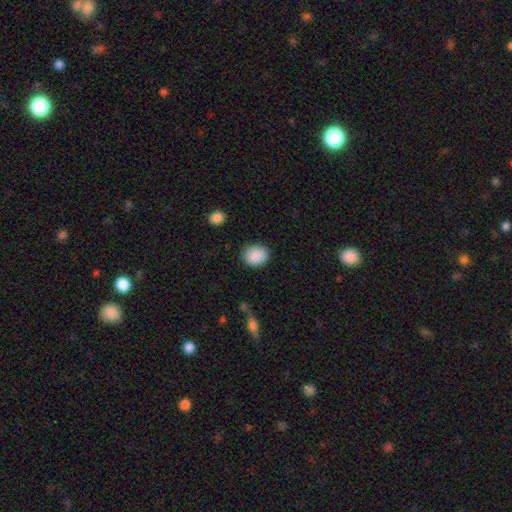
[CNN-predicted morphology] Smooth or featured?
  - smooth: 90% *
  - star or artifact: 7%
  - featured or disk: 3%
How rounded?
  - round: 58% *
  - in between: 41%
  - cigar-shaped: 1%
Merging?
  - none: 84% *
  - minor disturbance: 11%
  - major disturbance: 3%
  - merger: 1%